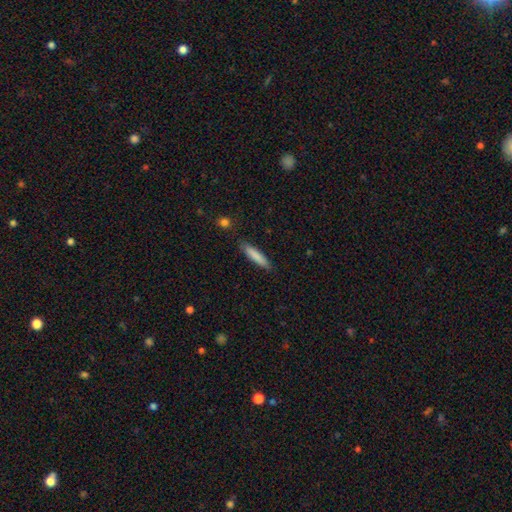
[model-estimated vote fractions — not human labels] A smooth galaxy with no disk features (83%) that is cigar-shaped (85%).

Vote fractions:
- Smooth or featured? smooth: 83% / featured or disk: 11% / star or artifact: 6%
- How rounded? cigar-shaped: 85% / in between: 14% / round: 1%
- Merging? none: 87% / minor disturbance: 10% / major disturbance: 2% / merger: 2%